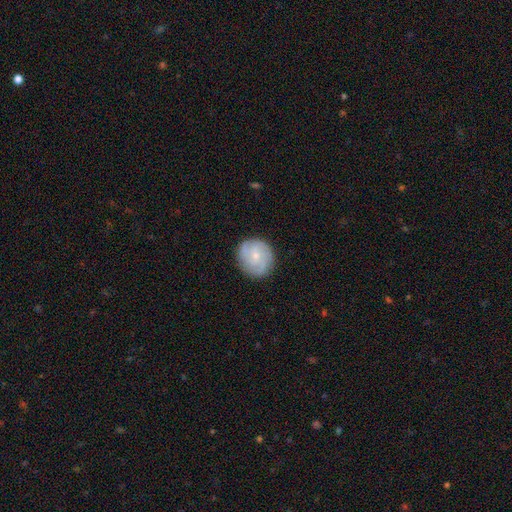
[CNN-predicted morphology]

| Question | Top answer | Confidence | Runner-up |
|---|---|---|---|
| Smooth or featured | featured or disk | 65% | smooth (28%) |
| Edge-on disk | no | 98% | yes (2%) |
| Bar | no | 66% | weak (30%) |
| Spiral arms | yes | 92% | no (8%) |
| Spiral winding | tight | 51% | medium (38%) |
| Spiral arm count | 3 | 37% | can't tell (24%) |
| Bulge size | small | 70% | moderate (25%) |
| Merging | none | 84% | minor disturbance (12%) |